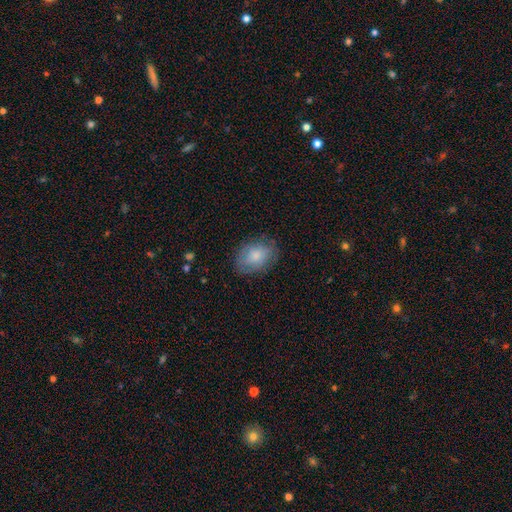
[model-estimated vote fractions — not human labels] A smooth galaxy with no disk features (75%) that is in between round and cigar-shaped (76%). Merging: none (77%).